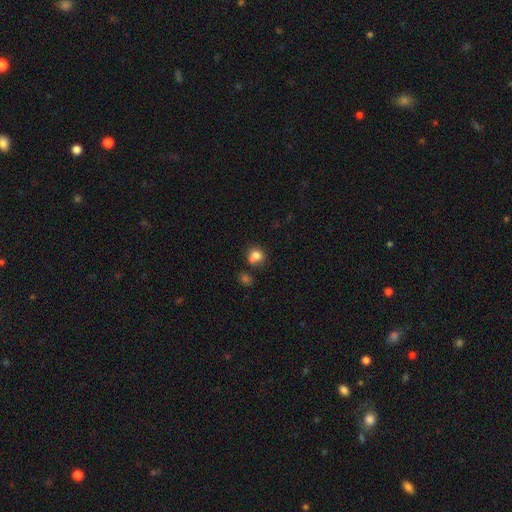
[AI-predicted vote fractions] Morphology: type=smooth (78%); roundness=round (76%); merging=none (50%).